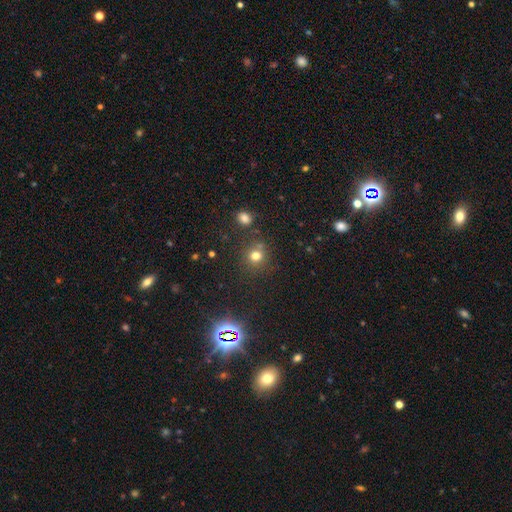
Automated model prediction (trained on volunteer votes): smooth_or_featured: smooth (p=0.71) [alt: star or artifact p=0.21]
how_rounded: round (p=0.87) [alt: in between p=0.12]
merging: none (p=0.73) [alt: merger p=0.12]